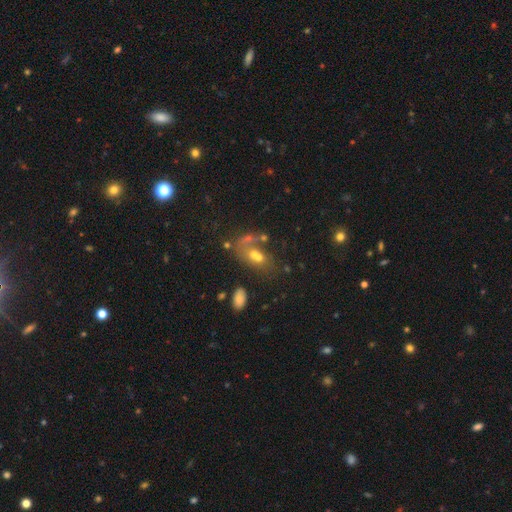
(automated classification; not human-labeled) Overall: smooth (49%; featured or disk 32%). Merging: merger (47%; none 26%).